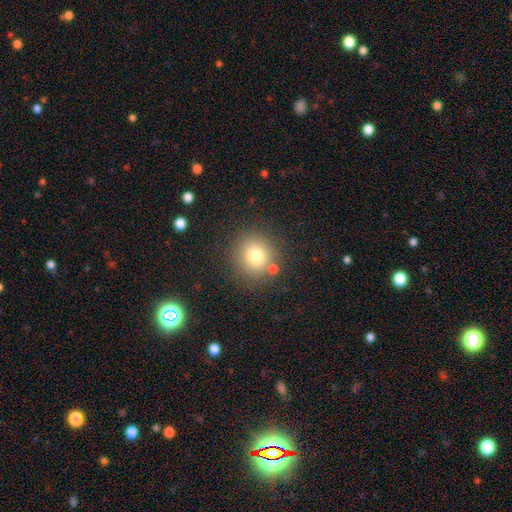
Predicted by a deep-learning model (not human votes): Overall: smooth (76%). How rounded: round (92%). Merging: none (81%).